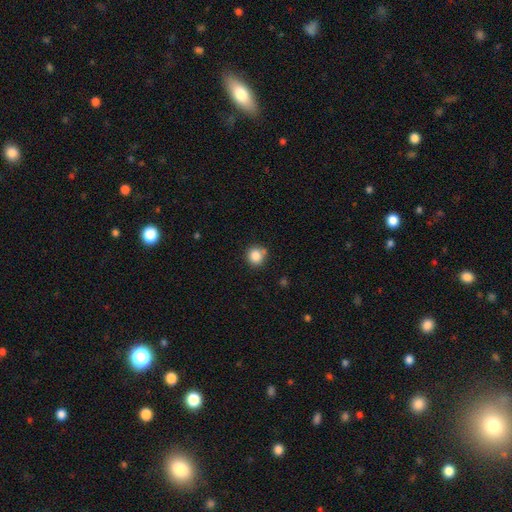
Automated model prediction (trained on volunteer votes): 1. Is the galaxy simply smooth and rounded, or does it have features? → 85% smooth, 10% star or artifact, 5% featured or disk.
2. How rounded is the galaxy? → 91% round, 8% in between, 1% cigar-shaped.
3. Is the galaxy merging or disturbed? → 76% none, 12% minor disturbance, 9% merger, 3% major disturbance.